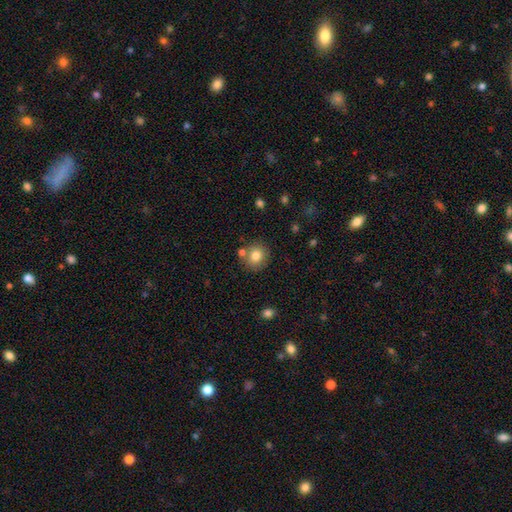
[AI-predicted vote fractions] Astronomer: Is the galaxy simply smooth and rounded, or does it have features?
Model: smooth — 80%.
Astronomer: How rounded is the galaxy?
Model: round — 84%.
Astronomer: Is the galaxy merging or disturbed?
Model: none — 76%.